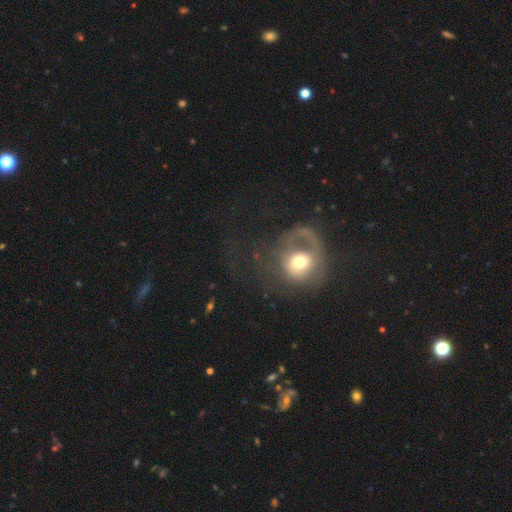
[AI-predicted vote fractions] This appears to be a featured or disk galaxy (42%). Merging: none (46%).